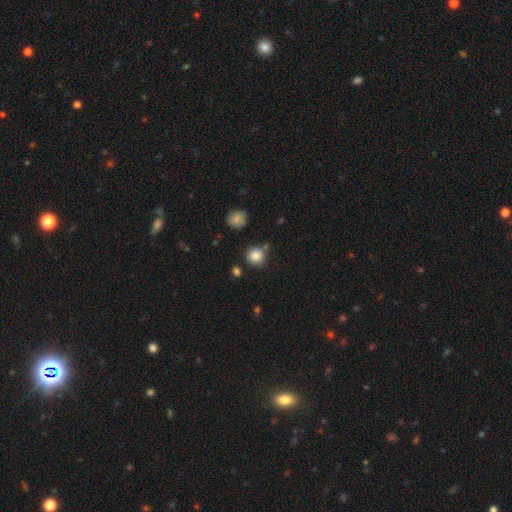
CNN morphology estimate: This appears to be a smooth galaxy with no disk features (86%) that is round (92%). Merging: none (79%).